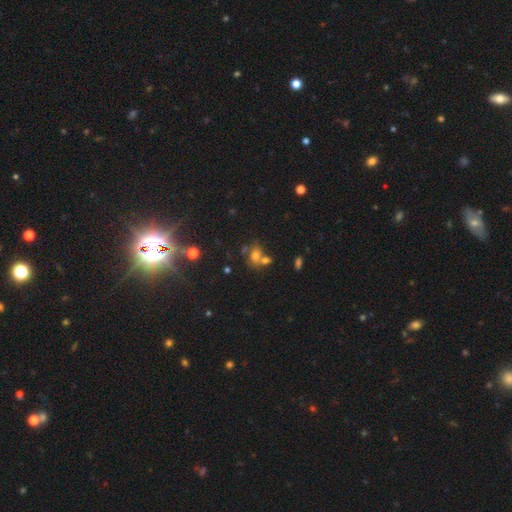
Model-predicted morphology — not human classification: Smooth or featured?
  - smooth: 64% *
  - star or artifact: 20%
  - featured or disk: 16%
How rounded?
  - in between: 58% *
  - round: 41%
  - cigar-shaped: 2%
Merging?
  - merger: 45% *
  - none: 38%
  - minor disturbance: 11%
  - major disturbance: 6%